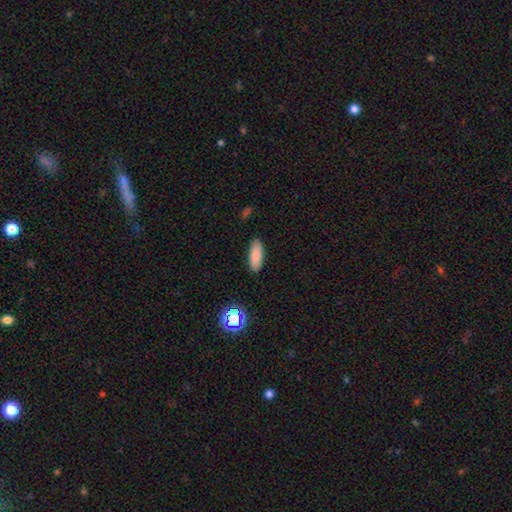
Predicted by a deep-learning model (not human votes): Smooth or featured? Predicted: smooth (p=0.86). How rounded? Predicted: in between (p=0.74). Merging? Predicted: none (p=0.89).